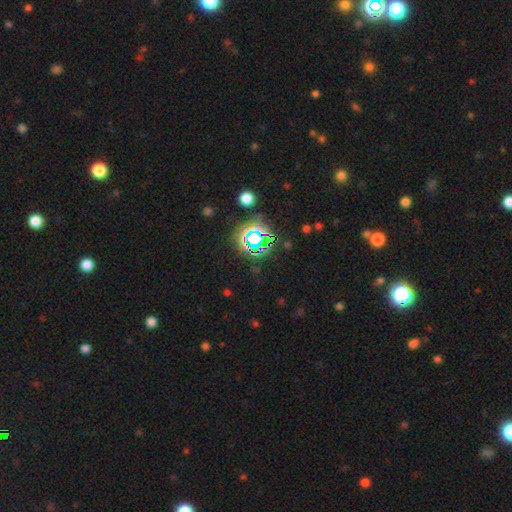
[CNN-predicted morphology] Q: Smooth or featured?
A: star or artifact (79%); runner-up: smooth (14%)